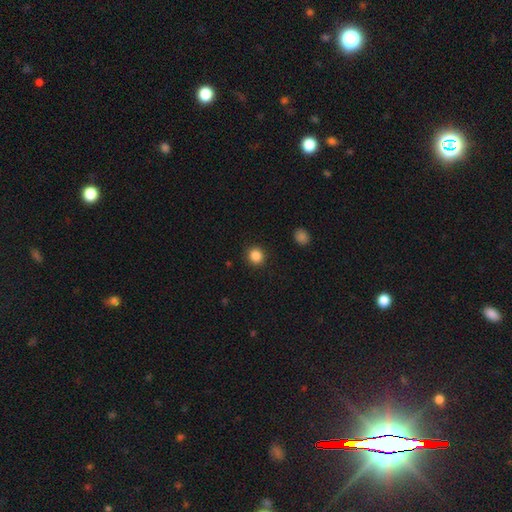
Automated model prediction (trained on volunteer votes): Smooth or featured? Predicted: smooth (p=0.86). How rounded? Predicted: round (p=0.91). Merging? Predicted: none (p=0.91).